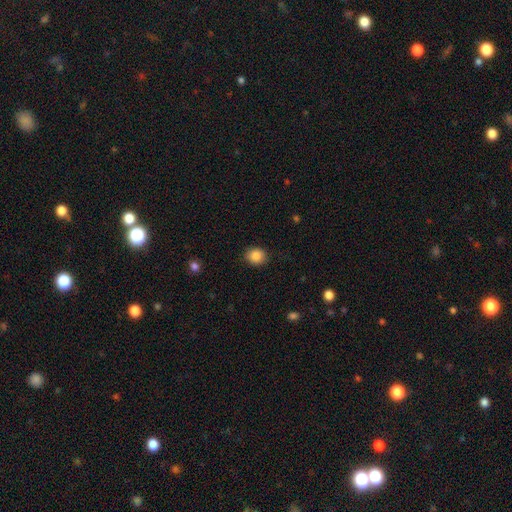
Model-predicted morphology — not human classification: This is clearly a smooth galaxy (87%). How rounded: likely round (69%). Merging: clearly none (88%).